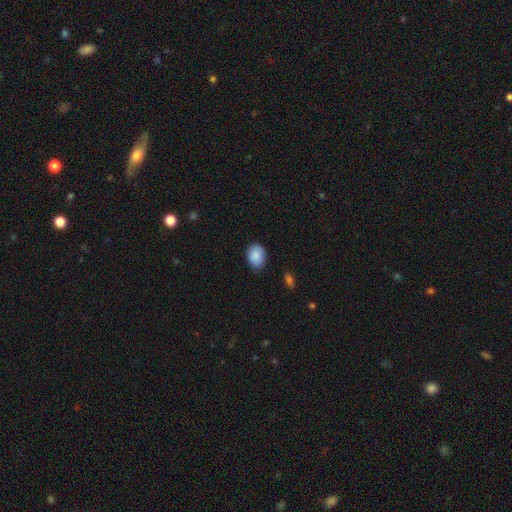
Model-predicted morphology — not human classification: A smooth galaxy with no disk features (89%) that is in between round and cigar-shaped (66%). Merging: none (76%).